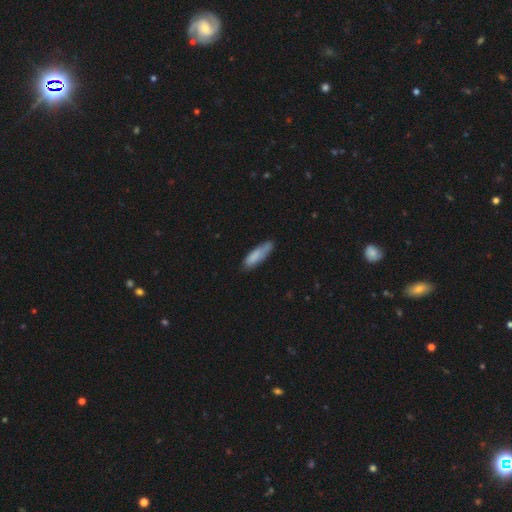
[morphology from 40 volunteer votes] Smooth or featured? 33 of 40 (82%) said smooth. How rounded? 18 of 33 (55%) said cigar-shaped. Merging? 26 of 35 (74%) said none.